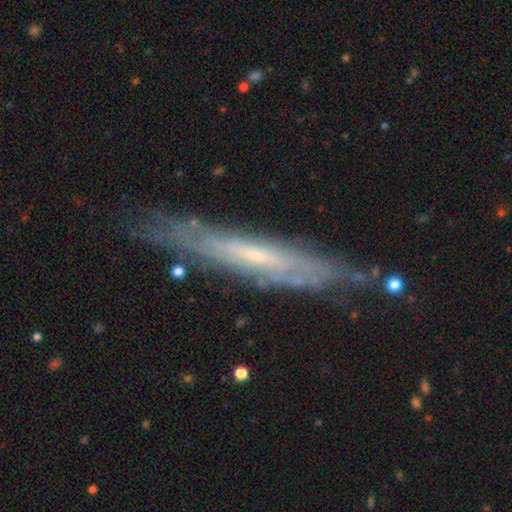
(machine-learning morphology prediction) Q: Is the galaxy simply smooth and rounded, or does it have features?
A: featured or disk — 77%.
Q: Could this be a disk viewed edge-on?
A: yes — 62%.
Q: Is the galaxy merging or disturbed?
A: none — 75%.